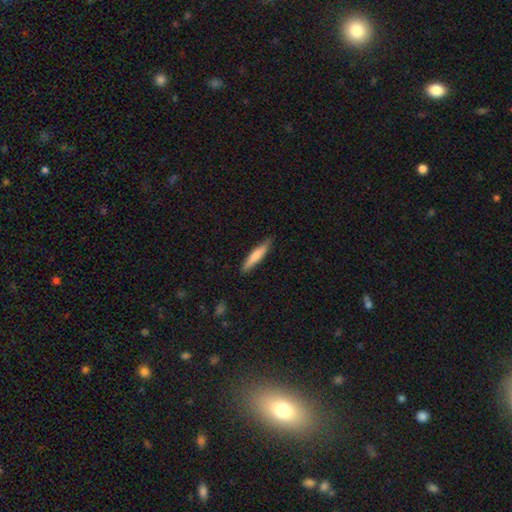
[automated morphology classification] smooth-or-featured: smooth: 73% | featured or disk: 22% | star or artifact: 5%
  how-rounded: cigar-shaped: 87% | in between: 11% | round: 1%
  merging: none: 85% | minor disturbance: 12% | major disturbance: 2% | merger: 1%